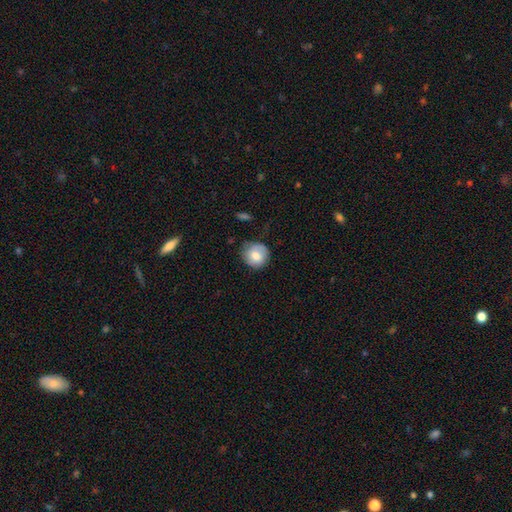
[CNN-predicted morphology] smooth 71%, featured or disk 22%, star or artifact 7%. Down the decision tree: how rounded — round (88%); merging — none (70%).